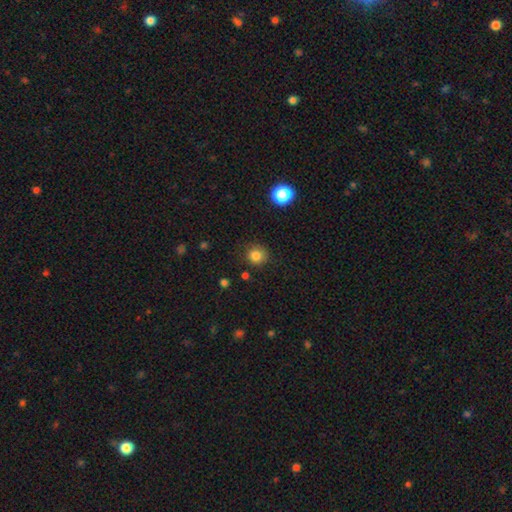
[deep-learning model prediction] The model was most divided on "merging": none: 81%, minor disturbance: 13%, major disturbance: 4%, merger: 2%. More confident: how rounded — round (88%); smooth or featured — smooth (83%).